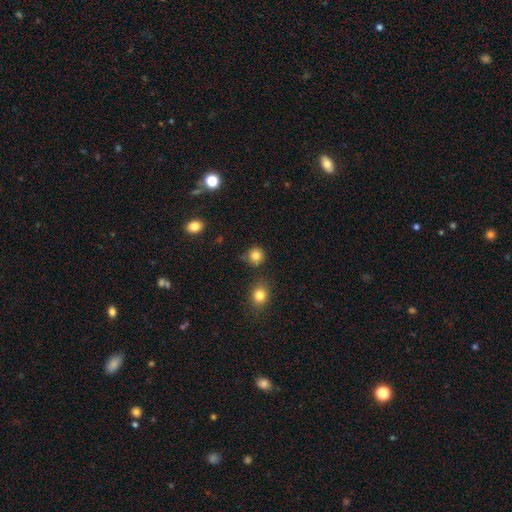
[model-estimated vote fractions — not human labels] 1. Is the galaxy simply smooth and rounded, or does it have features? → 83% smooth, 11% star or artifact, 5% featured or disk.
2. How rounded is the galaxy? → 91% round, 9% in between, 1% cigar-shaped.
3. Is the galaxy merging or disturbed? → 82% none, 10% minor disturbance, 4% merger, 3% major disturbance.